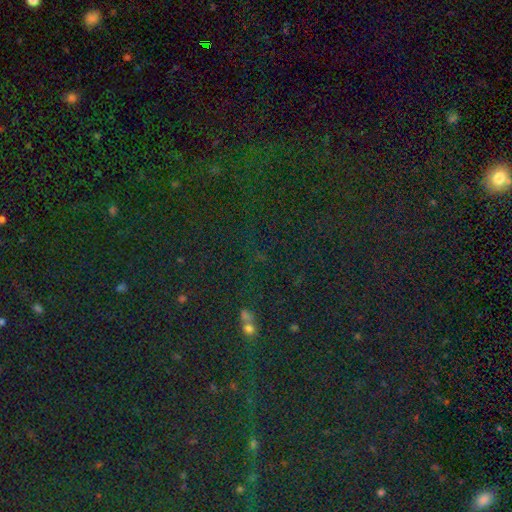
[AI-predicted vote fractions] Morphology: type=star or artifact (78%).